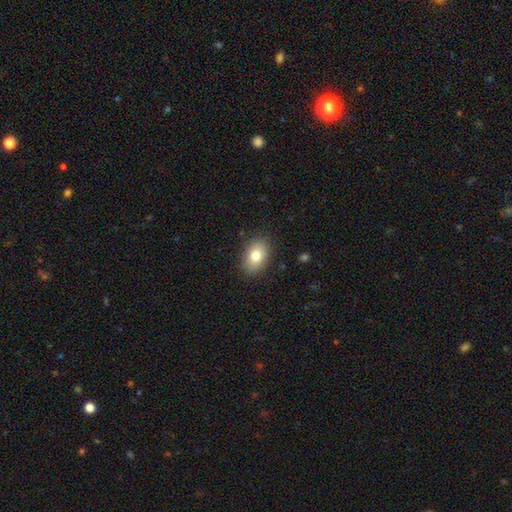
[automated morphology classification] smooth-or-featured: smooth: 79% | featured or disk: 13% | star or artifact: 8%
  how-rounded: in between: 83% | round: 15% | cigar-shaped: 1%
  merging: none: 86% | minor disturbance: 10% | major disturbance: 3% | merger: 1%